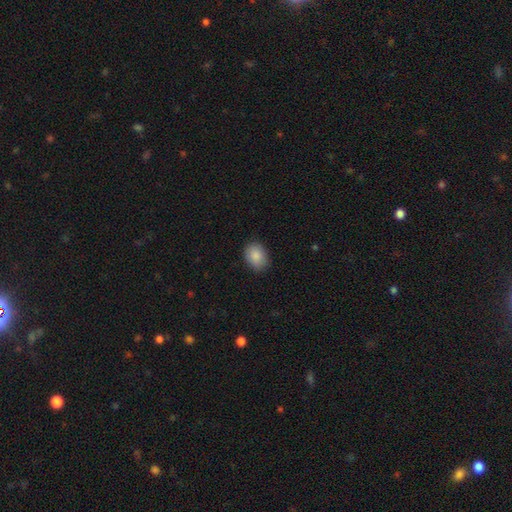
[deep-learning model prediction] The model was most divided on "how rounded": in between: 66%, round: 33%, cigar-shaped: 1%. More confident: smooth or featured — smooth (88%); merging — none (86%).